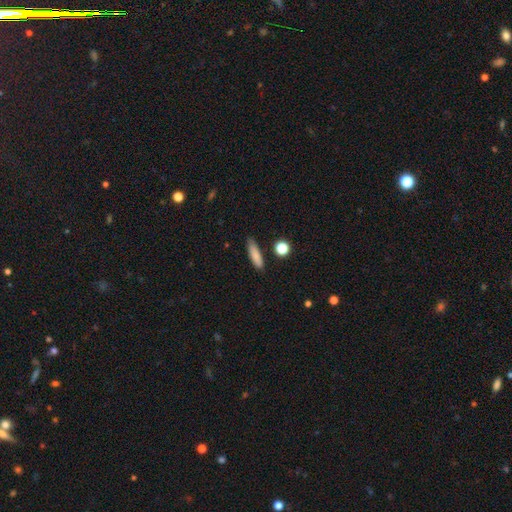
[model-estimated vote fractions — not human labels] This is clearly a smooth galaxy (83%). How rounded: likely cigar-shaped (70%). Merging: clearly none (80%).